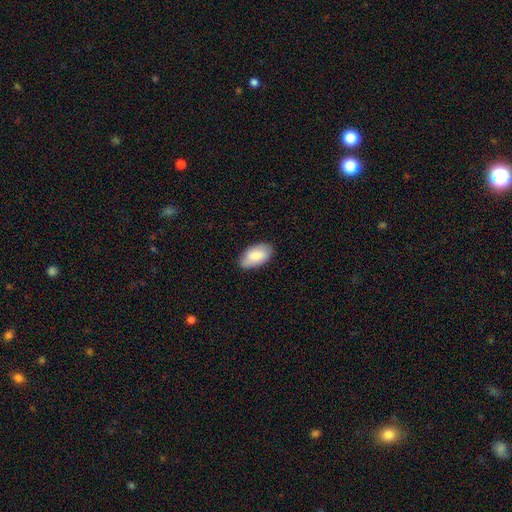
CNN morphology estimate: smooth_or_featured: smooth (p=0.83) [alt: featured or disk p=0.11]
how_rounded: in between (p=0.95) [alt: round p=0.03]
merging: none (p=0.81) [alt: minor disturbance p=0.16]